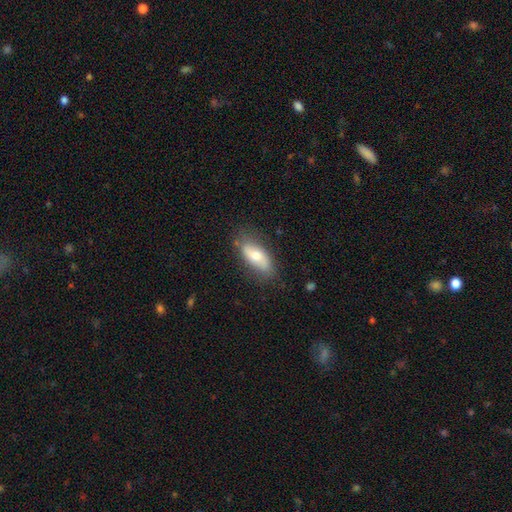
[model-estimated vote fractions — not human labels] Morphology: type=smooth (62%); roundness=in between (79%); merging=none (75%).